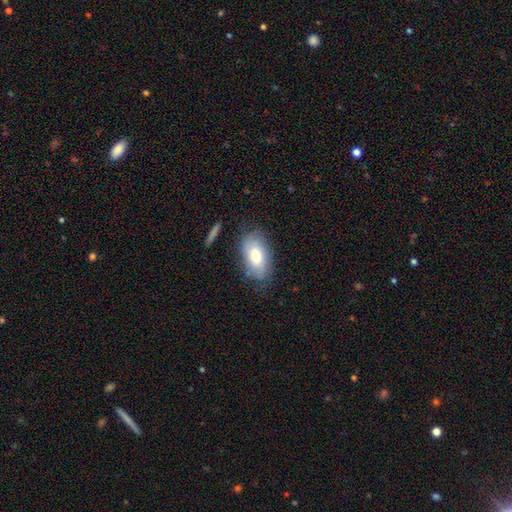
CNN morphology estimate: Overall: smooth (71%). How rounded: in between (92%). Merging: none (74%).